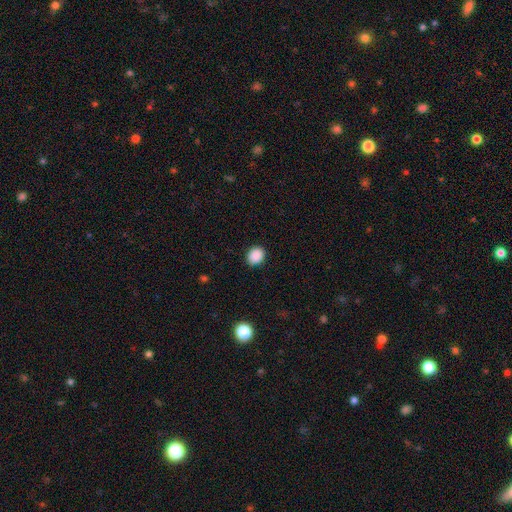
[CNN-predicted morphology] smooth_or_featured: smooth (p=0.89) [alt: star or artifact p=0.08]
how_rounded: round (p=0.52) [alt: in between p=0.47]
merging: none (p=0.90) [alt: minor disturbance p=0.07]